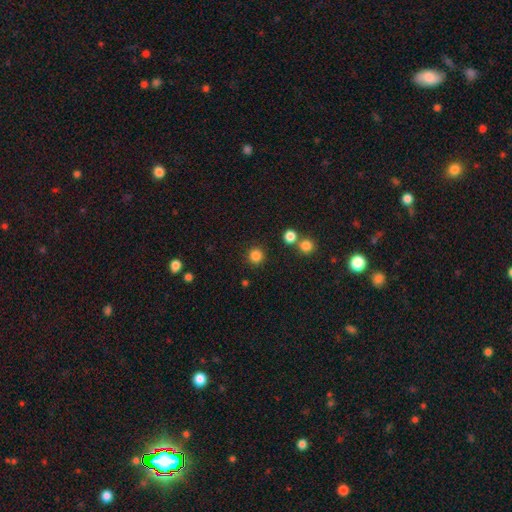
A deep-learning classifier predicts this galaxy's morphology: Q: Smooth or featured?
A: smooth (83%); runner-up: star or artifact (13%)
Q: How rounded?
A: round (94%); runner-up: in between (5%)
Q: Merging?
A: none (87%); runner-up: minor disturbance (6%)